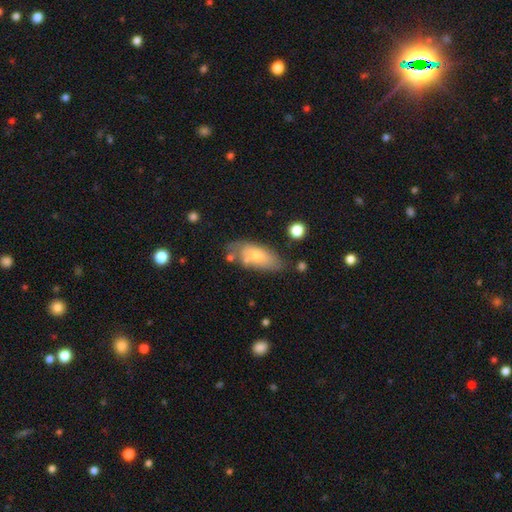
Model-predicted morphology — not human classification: type=smooth (63%); roundness=in between (86%); merging=none (55%).